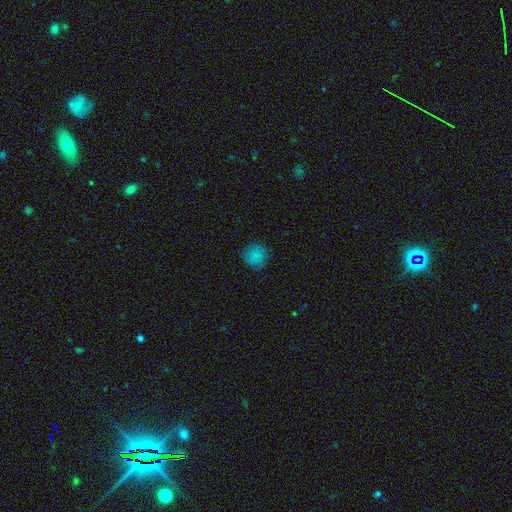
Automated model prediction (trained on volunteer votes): A smooth galaxy with no disk features (84%) that is round (93%).

Vote fractions:
- Smooth or featured? smooth: 84% / star or artifact: 11% / featured or disk: 4%
- How rounded? round: 93% / in between: 6% / cigar-shaped: 1%
- Merging? none: 88% / minor disturbance: 9% / major disturbance: 2% / merger: 1%